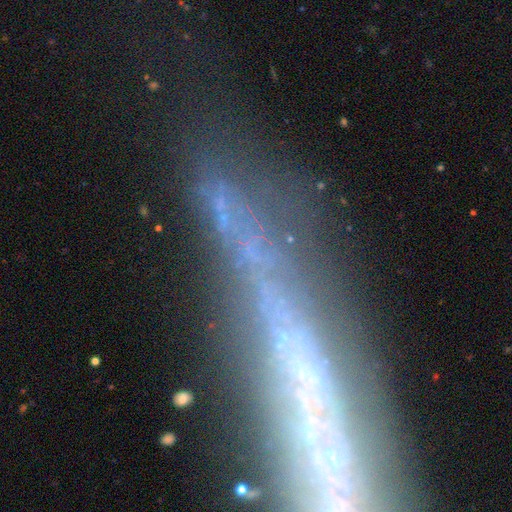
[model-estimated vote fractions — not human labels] Smooth or featured? Predicted: featured or disk (p=0.50). Merging? Predicted: none (p=0.64).